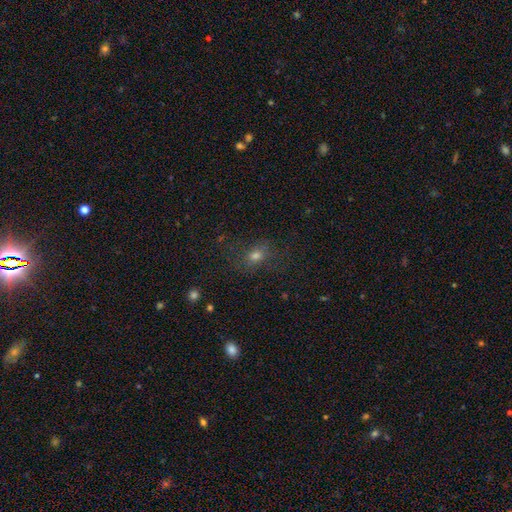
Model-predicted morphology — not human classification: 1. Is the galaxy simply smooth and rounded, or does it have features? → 62% smooth, 24% star or artifact, 14% featured or disk.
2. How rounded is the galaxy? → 56% in between, 41% round, 3% cigar-shaped.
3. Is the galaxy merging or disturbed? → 71% none, 17% minor disturbance, 11% major disturbance, 2% merger.